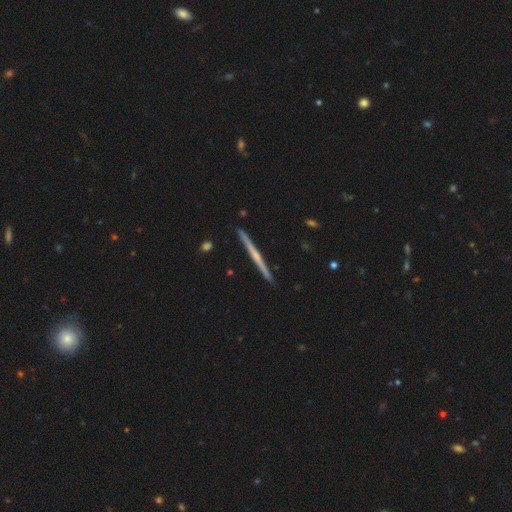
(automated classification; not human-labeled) Smooth or featured? featured or disk (74%)
Edge-on disk? yes (99%)
Edge-on bulge? rounded (53%)
Merging? none (92%)